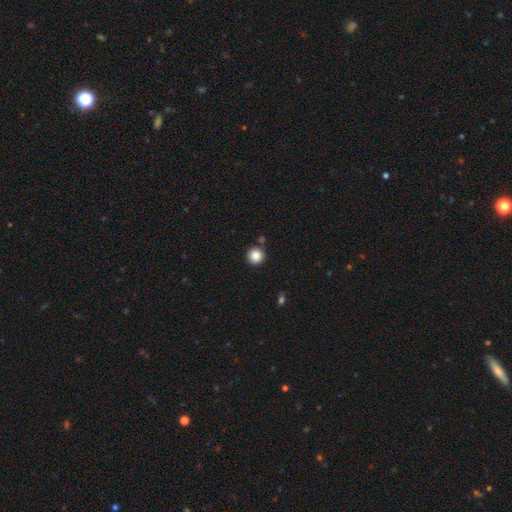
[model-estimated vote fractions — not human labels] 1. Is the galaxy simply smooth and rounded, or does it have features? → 86% smooth, 10% star or artifact, 4% featured or disk.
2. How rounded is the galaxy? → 95% round, 4% in between, 1% cigar-shaped.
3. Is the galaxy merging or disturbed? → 88% none, 6% minor disturbance, 4% merger, 2% major disturbance.